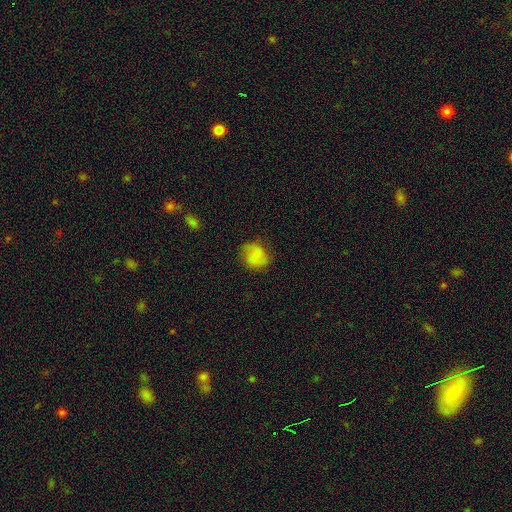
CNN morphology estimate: smooth-or-featured: smooth: 71% | featured or disk: 20% | star or artifact: 10%
  how-rounded: round: 67% | in between: 32% | cigar-shaped: 1%
  merging: none: 73% | minor disturbance: 18% | major disturbance: 7% | merger: 1%